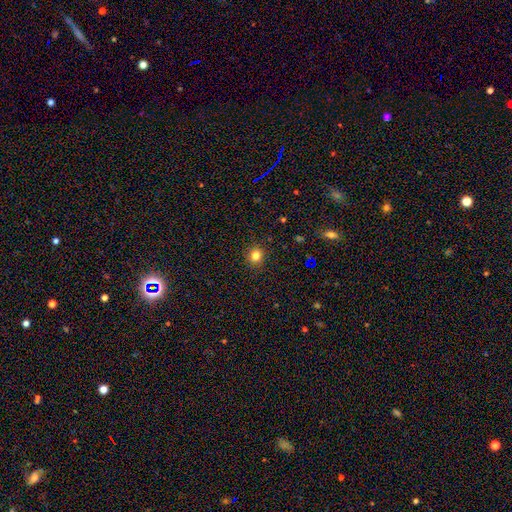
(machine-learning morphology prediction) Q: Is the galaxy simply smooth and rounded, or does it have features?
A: smooth — 80%.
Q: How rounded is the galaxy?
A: round — 79%.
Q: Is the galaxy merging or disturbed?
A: none — 89%.